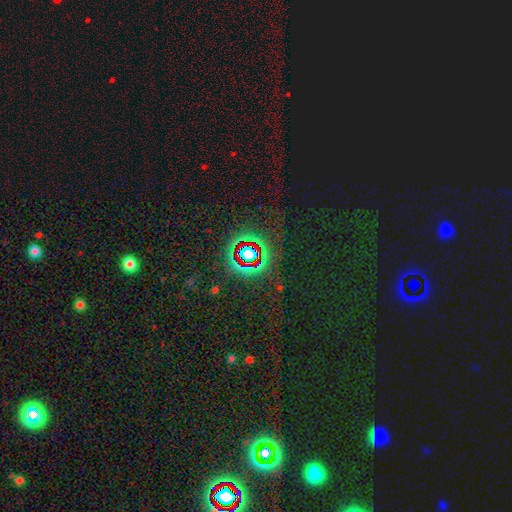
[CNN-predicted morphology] Smooth or featured: star or artifact — 78% (smooth — 12%)